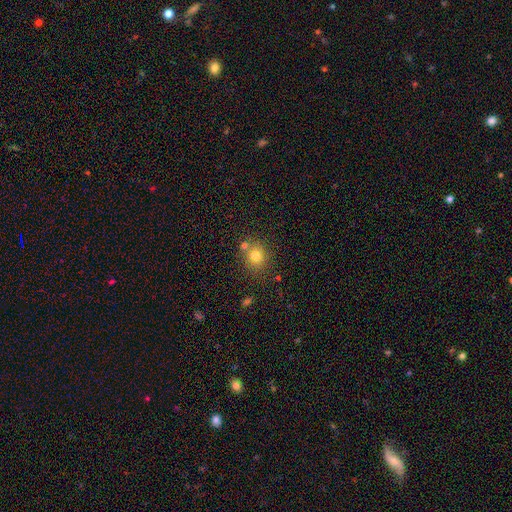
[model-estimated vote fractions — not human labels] Morphology: type=smooth (77%); roundness=round (82%); merging=none (72%).